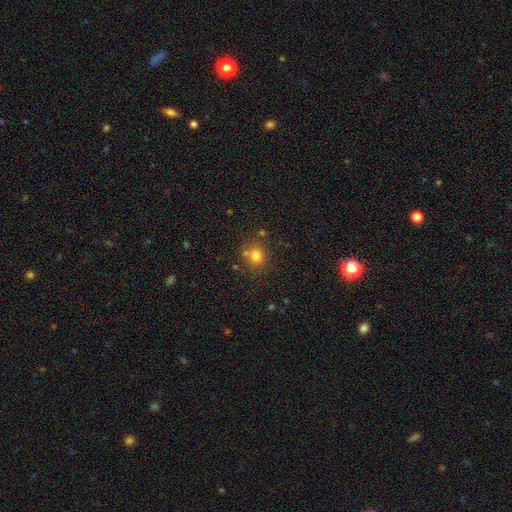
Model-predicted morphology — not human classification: A smooth galaxy with no disk features (77%) that is round (80%).

Vote fractions:
- Smooth or featured? smooth: 77% / star or artifact: 15% / featured or disk: 8%
- How rounded? round: 80% / in between: 19% / cigar-shaped: 1%
- Merging? none: 72% / merger: 14% / minor disturbance: 11% / major disturbance: 4%